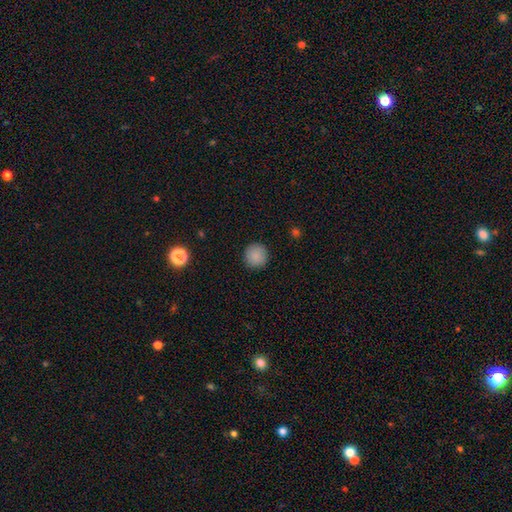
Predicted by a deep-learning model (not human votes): This appears to be a smooth galaxy with no disk features (87%) that is round (95%). Merging: none (91%).